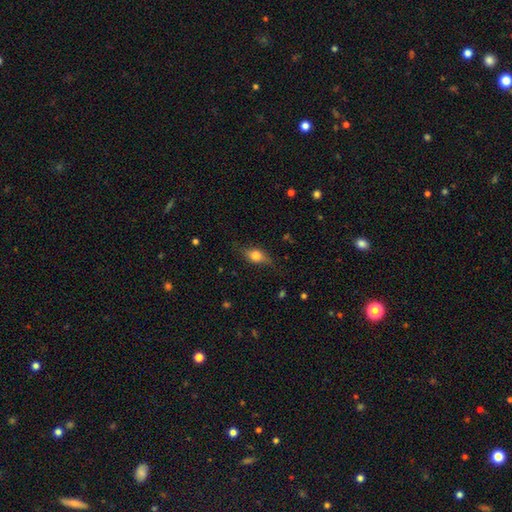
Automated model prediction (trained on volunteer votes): Smooth or featured? smooth (62%)
How rounded? in between (74%)
Merging? none (71%)